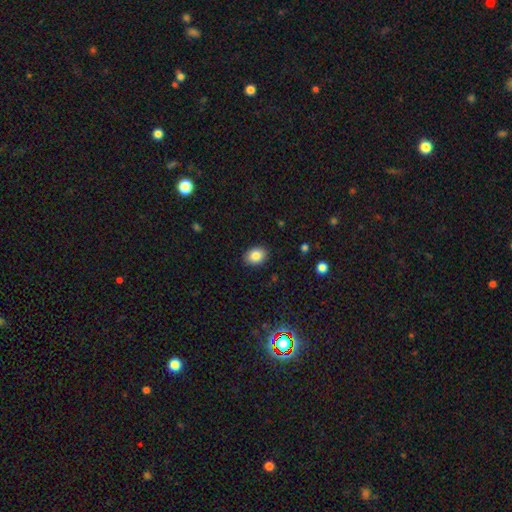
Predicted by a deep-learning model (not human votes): Smooth or featured? Predicted: smooth (p=0.85). How rounded? Predicted: in between (p=0.60). Merging? Predicted: none (p=0.89).